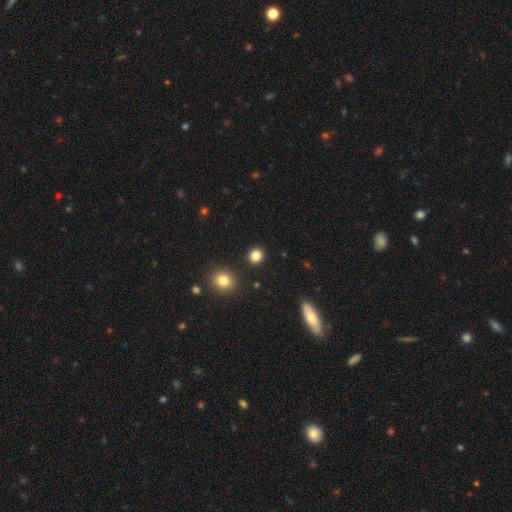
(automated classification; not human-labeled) Smooth or featured? smooth (85%)
How rounded? round (82%)
Merging? none (91%)